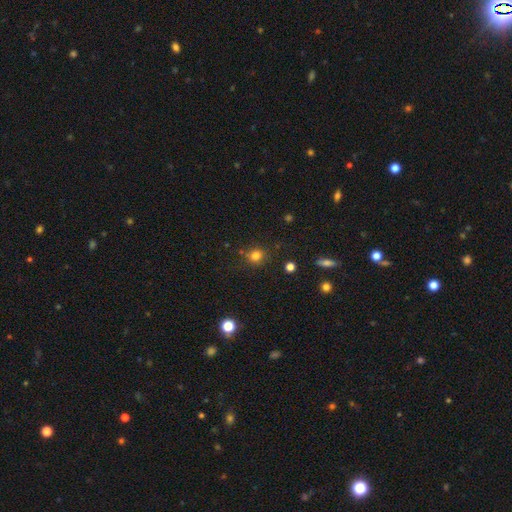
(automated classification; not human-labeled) Smooth or featured? Predicted: smooth (p=0.80). How rounded? Predicted: round (p=0.86). Merging? Predicted: none (p=0.81).